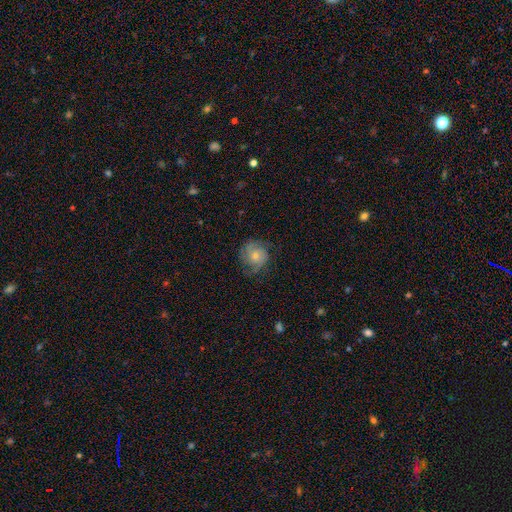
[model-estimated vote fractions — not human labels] Q: Smooth or featured?
A: featured or disk (64%); runner-up: smooth (28%)
Q: Edge-on disk?
A: no (98%); runner-up: yes (2%)
Q: Bar?
A: no (78%); runner-up: weak (19%)
Q: Spiral arms?
A: yes (91%); runner-up: no (9%)
Q: Spiral winding?
A: medium (42%); runner-up: tight (40%)
Q: Spiral arm count?
A: 2 (55%); runner-up: can't tell (17%)
Q: Bulge size?
A: small (48%); runner-up: moderate (45%)
Q: Merging?
A: none (69%); runner-up: minor disturbance (20%)